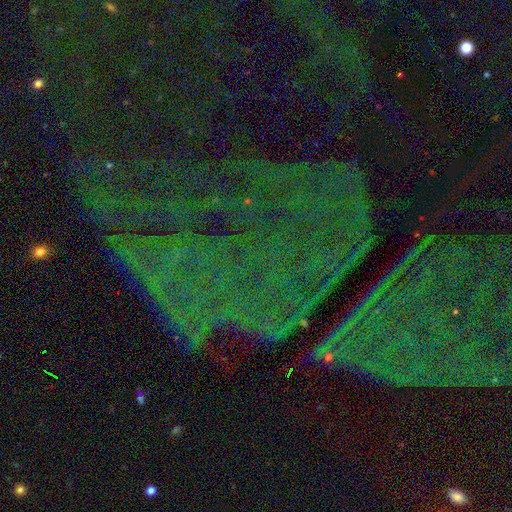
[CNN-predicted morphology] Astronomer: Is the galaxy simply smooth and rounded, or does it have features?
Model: star or artifact — 83%.